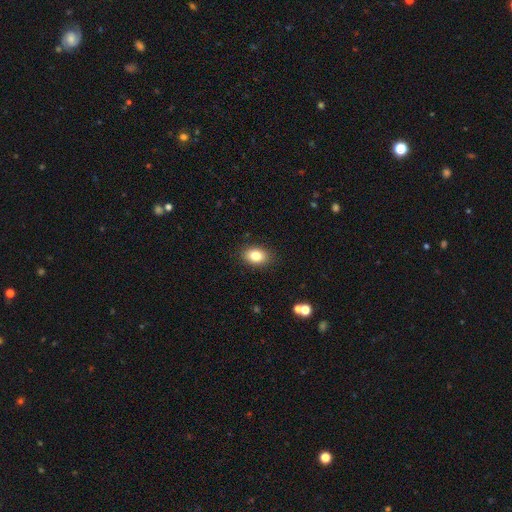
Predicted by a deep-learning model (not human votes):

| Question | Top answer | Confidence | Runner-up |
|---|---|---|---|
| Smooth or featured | smooth | 83% | star or artifact (9%) |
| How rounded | in between | 82% | round (17%) |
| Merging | none | 88% | minor disturbance (9%) |